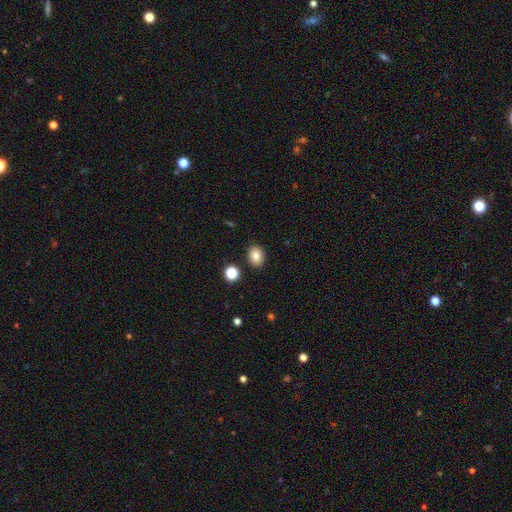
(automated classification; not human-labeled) smooth 84%, star or artifact 10%, featured or disk 6%. Down the decision tree: how rounded — in between (55%); merging — none (88%).